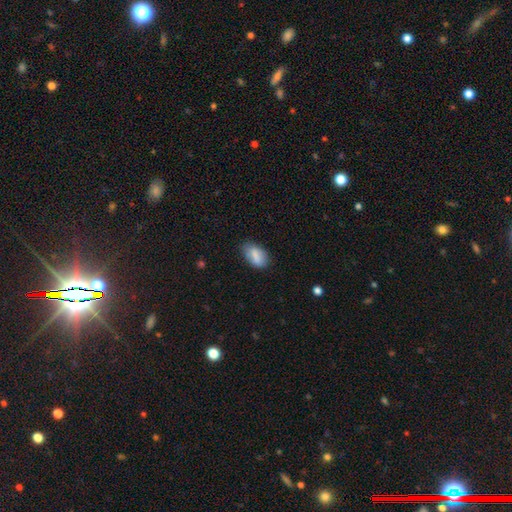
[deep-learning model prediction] Smooth or featured? Predicted: smooth (p=0.81). How rounded? Predicted: in between (p=0.91). Merging? Predicted: none (p=0.74).